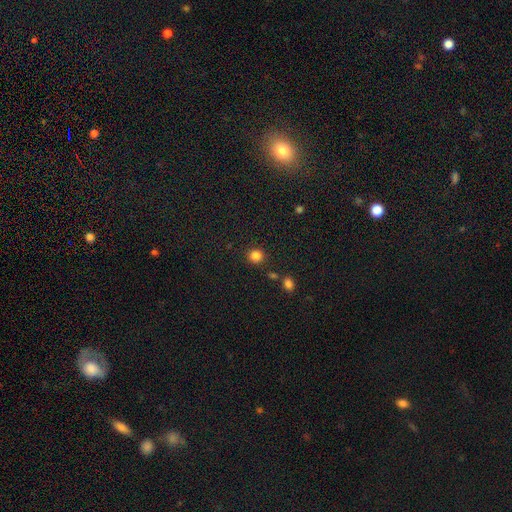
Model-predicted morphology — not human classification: smooth-or-featured: smooth: 84% | star or artifact: 12% | featured or disk: 4%
  how-rounded: round: 90% | in between: 9% | cigar-shaped: 1%
  merging: none: 88% | minor disturbance: 6% | merger: 3% | major disturbance: 2%